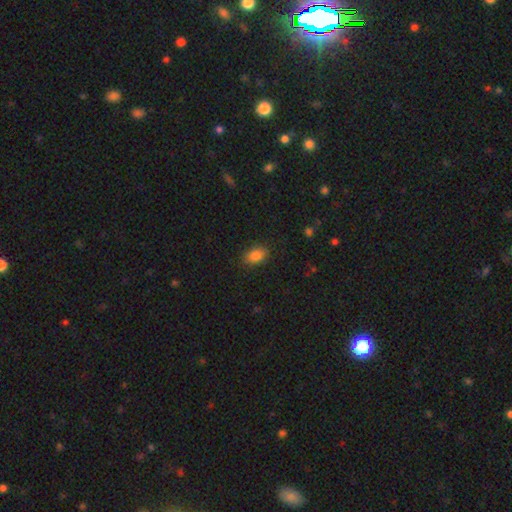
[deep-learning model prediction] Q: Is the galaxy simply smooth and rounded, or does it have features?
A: smooth — 85%.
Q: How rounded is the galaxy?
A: in between — 83%.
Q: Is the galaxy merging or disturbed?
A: none — 85%.